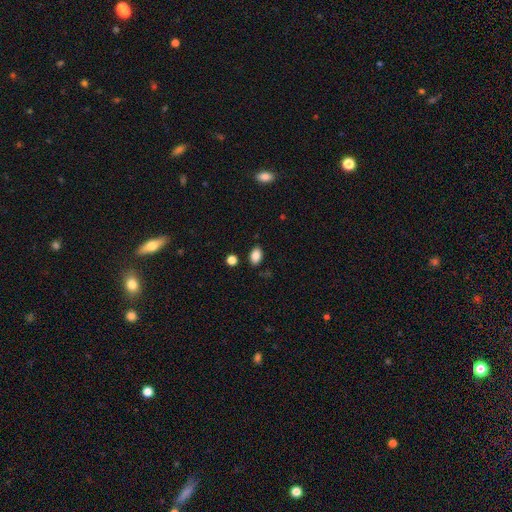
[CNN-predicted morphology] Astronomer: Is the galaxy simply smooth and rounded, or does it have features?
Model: smooth — 86%.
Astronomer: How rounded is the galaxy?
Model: in between — 85%.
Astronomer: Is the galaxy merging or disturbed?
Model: none — 85%.